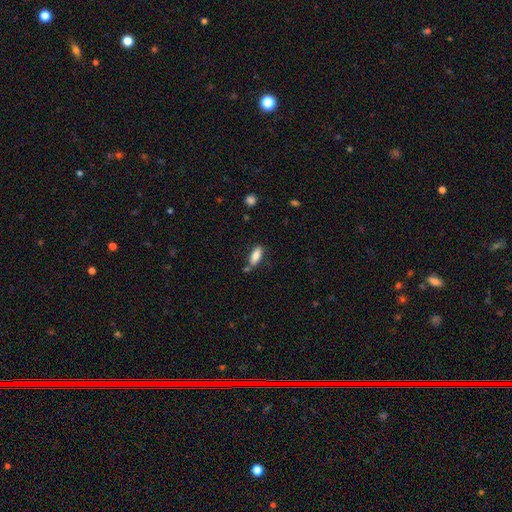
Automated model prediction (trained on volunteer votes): smooth-or-featured: smooth: 83% | featured or disk: 10% | star or artifact: 7%
  how-rounded: in between: 75% | cigar-shaped: 23% | round: 2%
  merging: none: 70% | minor disturbance: 16% | merger: 9% | major disturbance: 4%